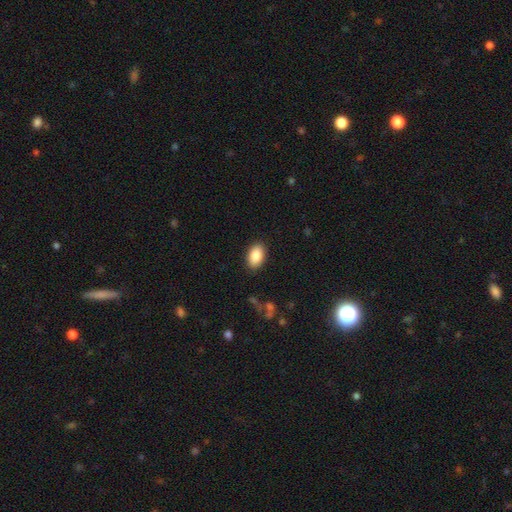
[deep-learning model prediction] Smooth or featured: smooth — 87% (star or artifact — 7%)
How rounded: in between — 92% (round — 7%)
Merging: none — 88% (minor disturbance — 9%)